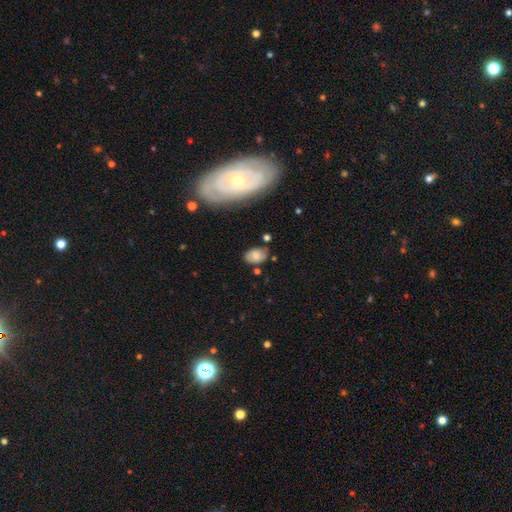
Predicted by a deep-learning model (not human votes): This appears to be a smooth galaxy with no disk features (73%) that is in between round and cigar-shaped (86%). Merging: none (72%).